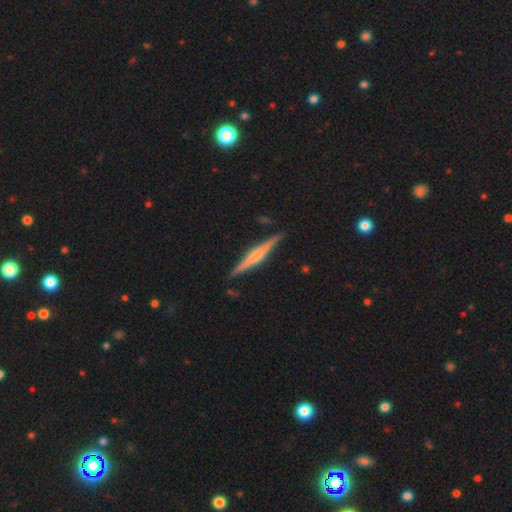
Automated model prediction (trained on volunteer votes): Morphology: type=featured or disk (66%); edge-on=yes (98%); edge-on bulge=rounded (52%); merging=none (89%).